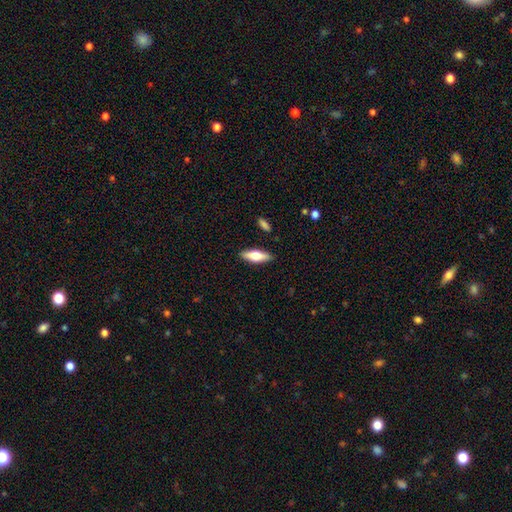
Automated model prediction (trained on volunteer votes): This is likely a smooth galaxy (62%). How rounded: possibly in between (58%). Merging: clearly none (88%).